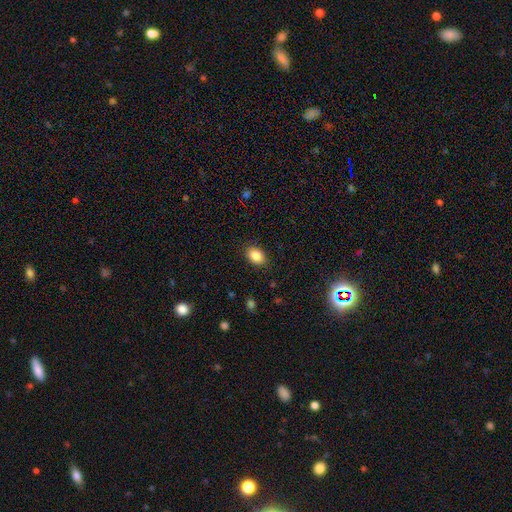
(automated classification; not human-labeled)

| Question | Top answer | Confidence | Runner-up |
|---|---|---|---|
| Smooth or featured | smooth | 86% | star or artifact (8%) |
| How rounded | in between | 83% | round (16%) |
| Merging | none | 88% | minor disturbance (9%) |